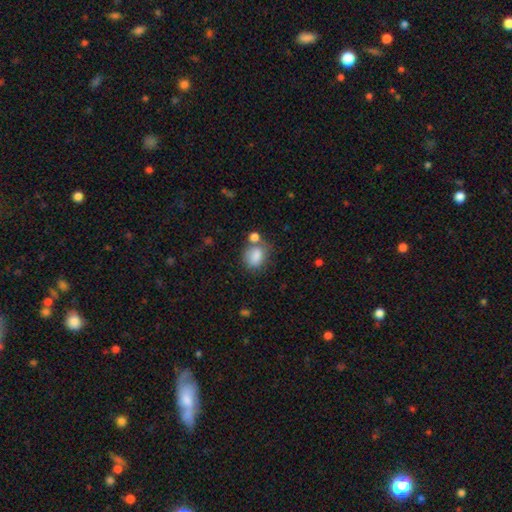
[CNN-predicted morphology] The model was most divided on "how rounded": round: 52%, in between: 47%, cigar-shaped: 1%. More confident: smooth or featured — smooth (84%); merging — none (51%).